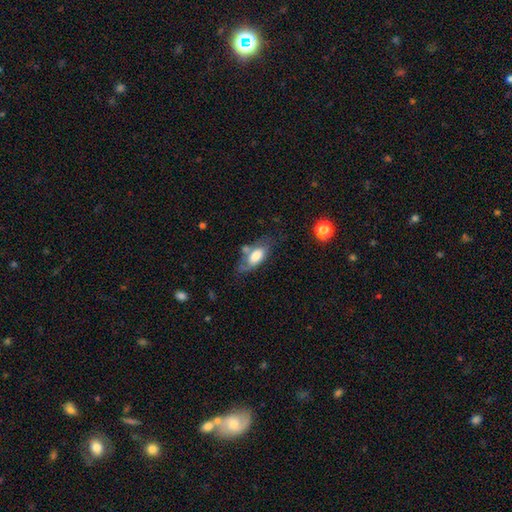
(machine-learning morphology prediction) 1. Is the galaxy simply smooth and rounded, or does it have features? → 67% smooth, 25% featured or disk, 8% star or artifact.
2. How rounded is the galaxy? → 86% in between, 11% cigar-shaped, 3% round.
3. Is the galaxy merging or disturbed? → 45% none, 27% minor disturbance, 15% major disturbance, 13% merger.